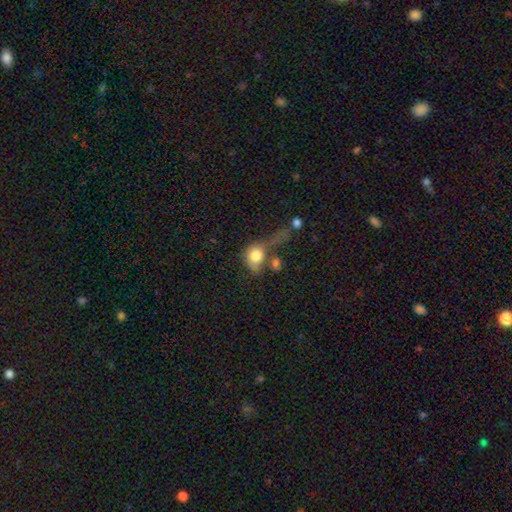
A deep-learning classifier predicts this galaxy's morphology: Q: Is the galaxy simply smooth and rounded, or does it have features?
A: smooth — 74%.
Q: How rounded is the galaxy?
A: in between — 52%.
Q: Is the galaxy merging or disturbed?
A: major disturbance — 38%.